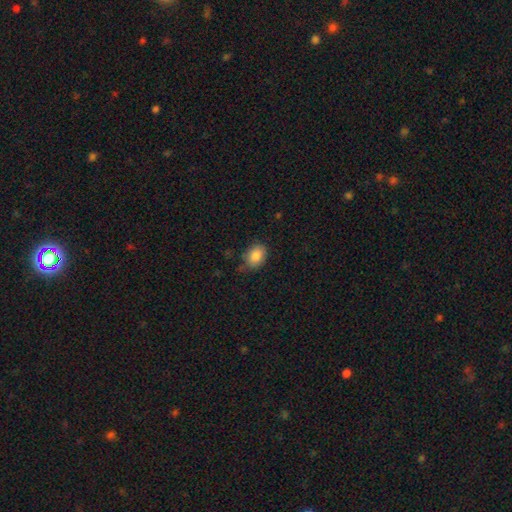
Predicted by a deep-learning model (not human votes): Smooth or featured: smooth — 86% (star or artifact — 8%)
How rounded: in between — 74% (round — 25%)
Merging: none — 73% (minor disturbance — 21%)